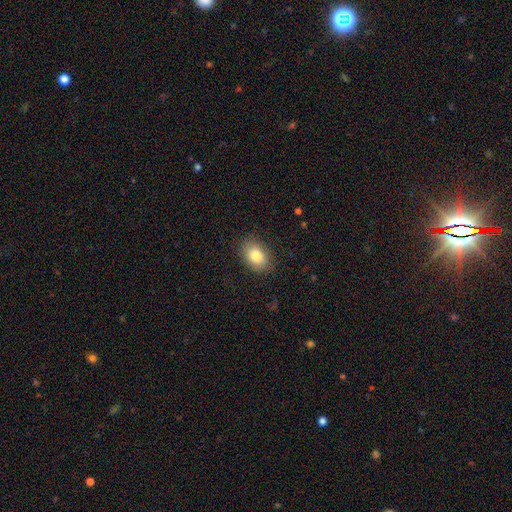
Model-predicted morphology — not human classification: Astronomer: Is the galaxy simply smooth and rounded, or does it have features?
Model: smooth — 83%.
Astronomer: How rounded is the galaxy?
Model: in between — 83%.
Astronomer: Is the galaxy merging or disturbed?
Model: none — 86%.